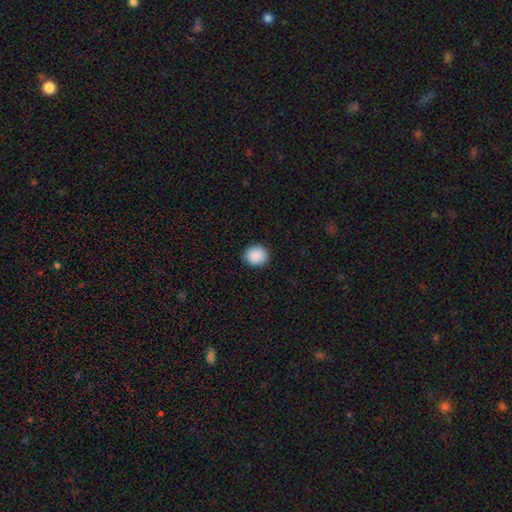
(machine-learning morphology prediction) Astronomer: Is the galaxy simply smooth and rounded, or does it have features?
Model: smooth — 90%.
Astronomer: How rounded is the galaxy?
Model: round — 85%.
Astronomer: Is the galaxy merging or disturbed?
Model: none — 91%.